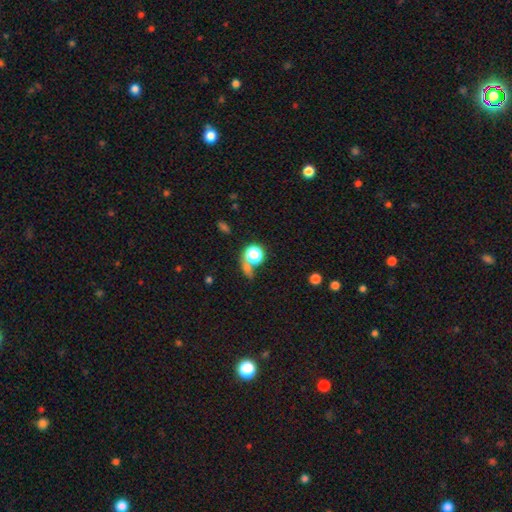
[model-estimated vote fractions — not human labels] Q: Smooth or featured?
A: smooth (62%); runner-up: star or artifact (28%)
Q: How rounded?
A: round (80%); runner-up: in between (18%)
Q: Merging?
A: none (49%); runner-up: merger (28%)